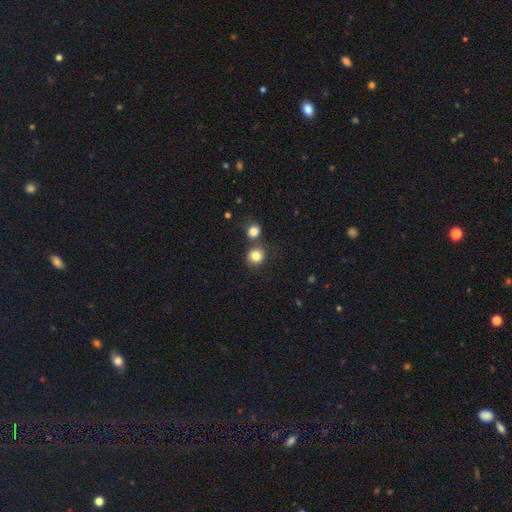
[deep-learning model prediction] Overall: smooth (82%). How rounded: round (88%). Merging: none (66%).